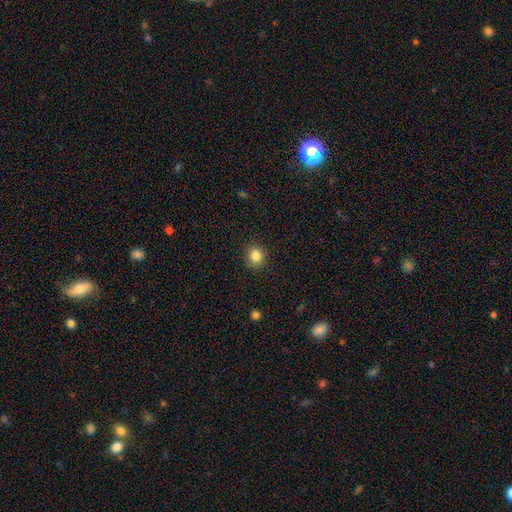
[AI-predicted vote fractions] Smooth or featured? Predicted: smooth (p=0.84). How rounded? Predicted: round (p=0.80). Merging? Predicted: none (p=0.86).